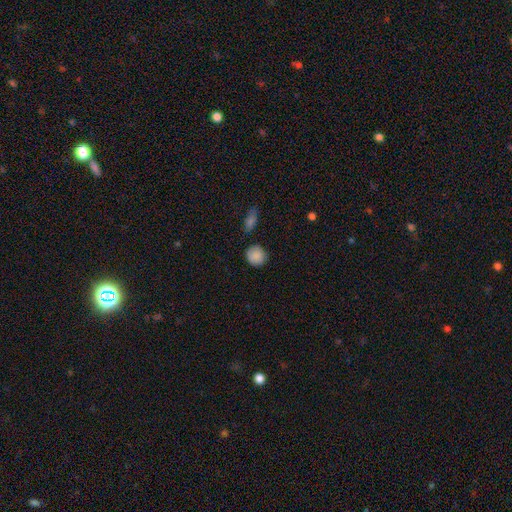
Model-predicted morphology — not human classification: This appears to be a smooth galaxy with no disk features (88%) that is round (87%). Merging: none (84%).